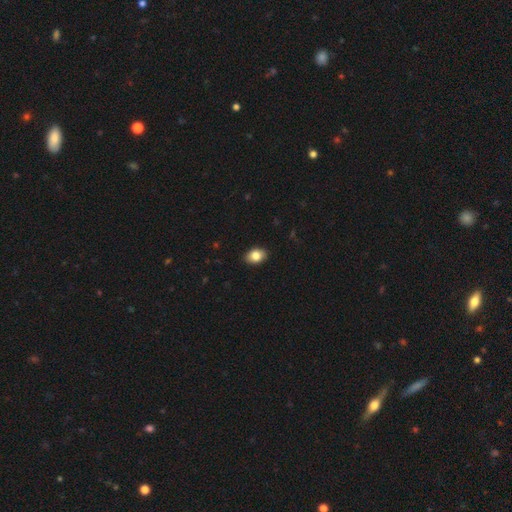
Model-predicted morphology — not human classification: The model was most divided on "how rounded": in between: 78%, round: 20%, cigar-shaped: 1%. More confident: merging — none (88%); smooth or featured — smooth (83%).